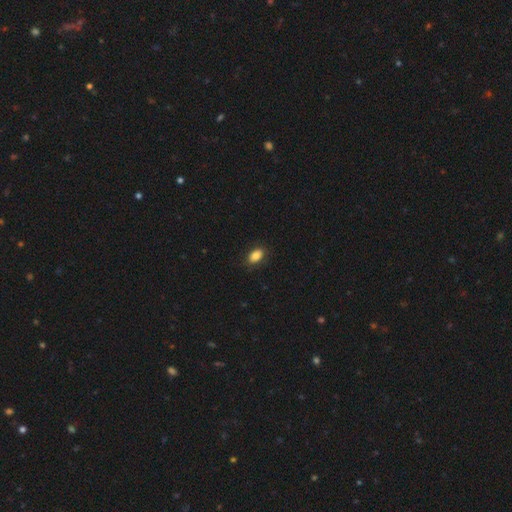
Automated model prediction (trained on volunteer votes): A smooth galaxy with no disk features (85%) that is in between round and cigar-shaped (89%).

Vote fractions:
- Smooth or featured? smooth: 85% / star or artifact: 8% / featured or disk: 6%
- How rounded? in between: 89% / round: 9% / cigar-shaped: 2%
- Merging? none: 84% / minor disturbance: 12% / major disturbance: 3% / merger: 1%